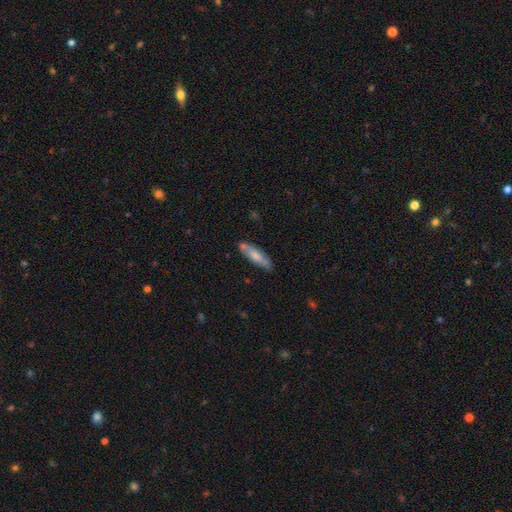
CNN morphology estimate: Overall: smooth (67%; featured or disk 28%). How rounded: cigar-shaped (69%; in between 30%). Merging: none (75%).